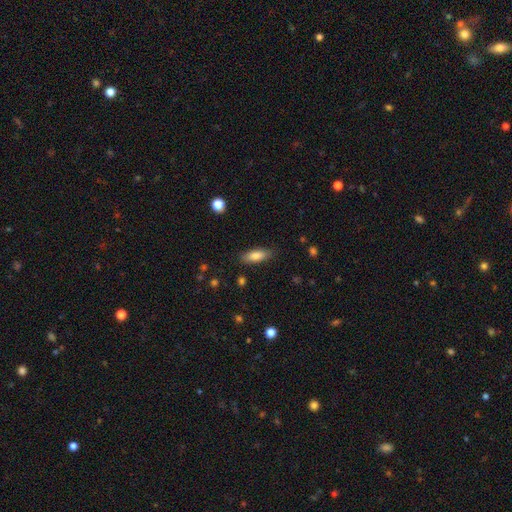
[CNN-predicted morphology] Smooth or featured? Predicted: smooth (p=0.82). How rounded? Predicted: in between (p=0.66). Merging? Predicted: none (p=0.84).